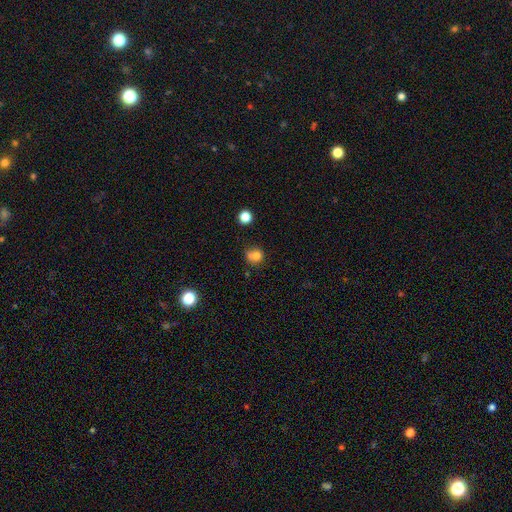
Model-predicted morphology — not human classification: A smooth galaxy with no disk features (75%) that is round (79%).

Vote fractions:
- Smooth or featured? smooth: 75% / star or artifact: 13% / featured or disk: 12%
- How rounded? round: 79% / in between: 20% / cigar-shaped: 1%
- Merging? none: 46% / merger: 28% / minor disturbance: 18% / major disturbance: 8%